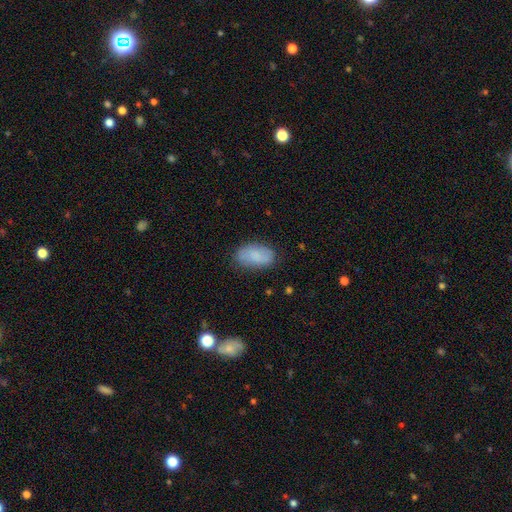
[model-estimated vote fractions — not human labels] This is likely a smooth galaxy (77%). How rounded: clearly in between (93%). Merging: likely none (75%).